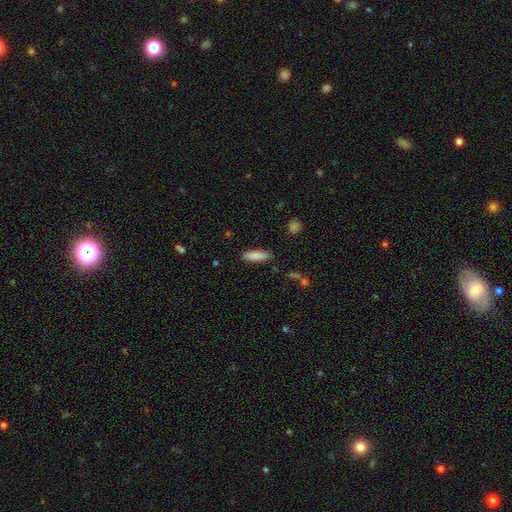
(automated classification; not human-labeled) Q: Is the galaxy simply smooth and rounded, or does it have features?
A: smooth — 85%.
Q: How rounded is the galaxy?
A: cigar-shaped — 52%.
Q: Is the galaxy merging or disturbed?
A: none — 86%.